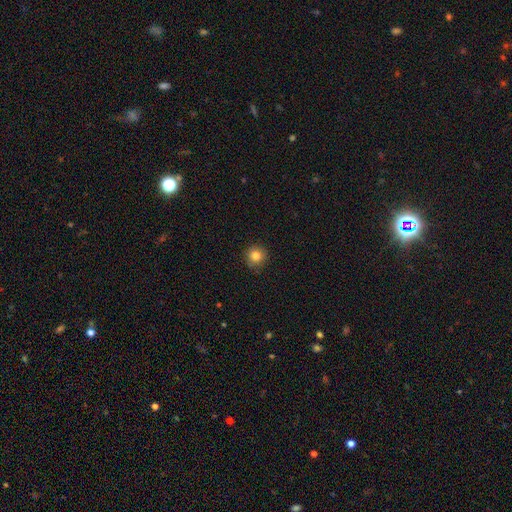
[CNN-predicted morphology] smooth 82%, star or artifact 11%, featured or disk 6%. Down the decision tree: how rounded — round (94%); merging — none (87%).